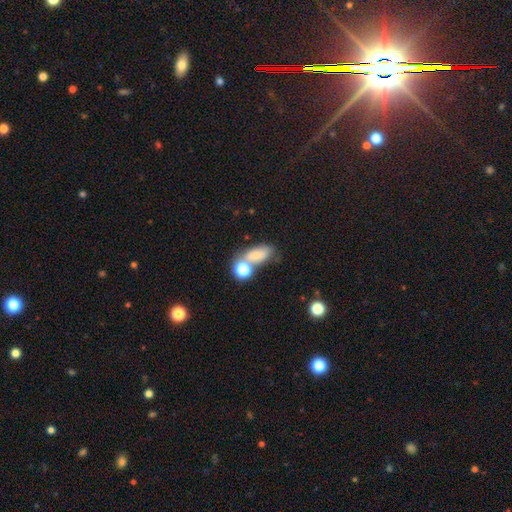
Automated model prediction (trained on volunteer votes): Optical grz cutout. It shows a smooth galaxy with no disk features (73%) that is in between round and cigar-shaped (78%). Merging: none (39%).